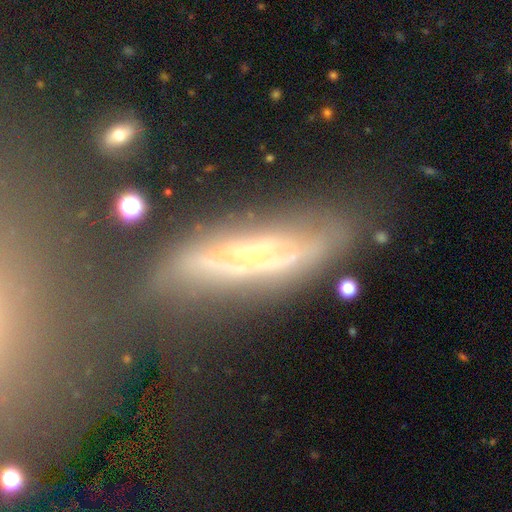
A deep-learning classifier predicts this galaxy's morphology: A featured or disk galaxy (72%) viewed edge-on (51%). Merging: none (55%).